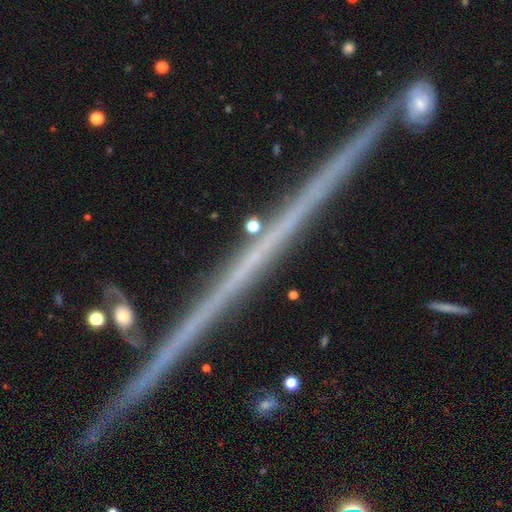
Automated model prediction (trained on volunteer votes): smooth-or-featured: featured or disk: 46% | star or artifact: 42% | smooth: 12%
  merging: none: 88% | minor disturbance: 7% | merger: 3% | major disturbance: 2%